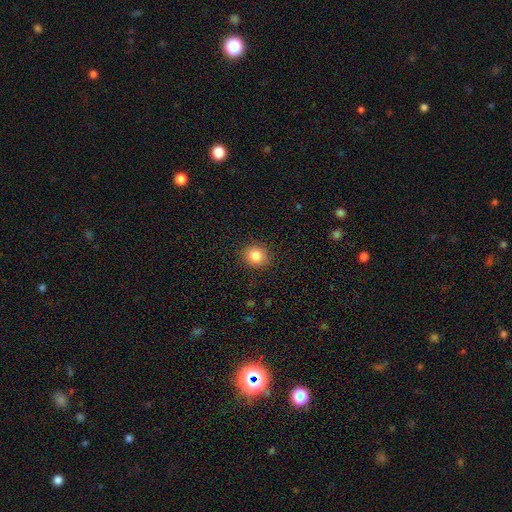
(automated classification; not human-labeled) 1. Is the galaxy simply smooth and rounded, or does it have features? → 85% smooth, 10% star or artifact, 5% featured or disk.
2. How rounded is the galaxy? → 84% round, 15% in between, 1% cigar-shaped.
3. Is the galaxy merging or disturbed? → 90% none, 7% minor disturbance, 2% major disturbance, 1% merger.